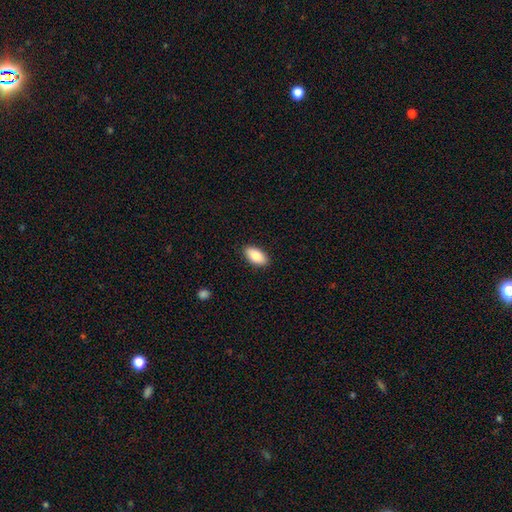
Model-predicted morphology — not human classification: Smooth or featured?
  - smooth: 87% *
  - featured or disk: 7%
  - star or artifact: 6%
How rounded?
  - in between: 93% *
  - cigar-shaped: 4%
  - round: 3%
Merging?
  - none: 90% *
  - minor disturbance: 8%
  - major disturbance: 2%
  - merger: 1%